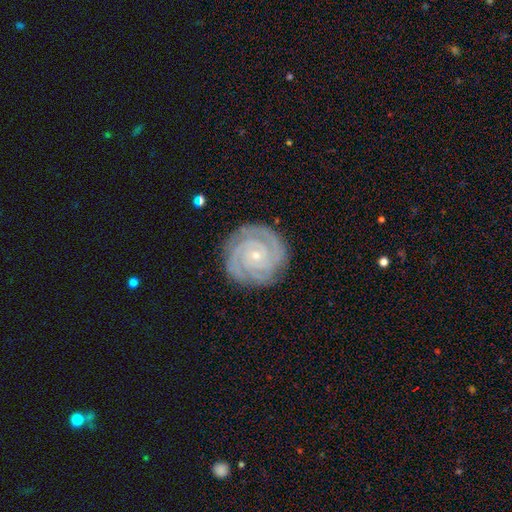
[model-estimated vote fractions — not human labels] smooth_or_featured: featured or disk (p=0.91) [alt: star or artifact p=0.05]
disk_edge_on: no (p=0.98) [alt: yes p=0.02]
bar: no (p=0.76) [alt: weak p=0.17]
has_spiral_arms: yes (p=0.99) [alt: no p=0.01]
spiral_winding: tight (p=0.87) [alt: medium p=0.11]
spiral_arm_count: 2 (p=0.54) [alt: 3 p=0.22]
bulge_size: small (p=0.84) [alt: moderate p=0.13]
merging: none (p=0.85) [alt: minor disturbance p=0.11]